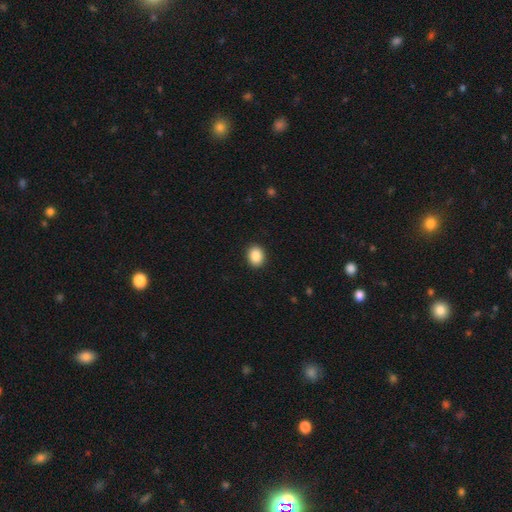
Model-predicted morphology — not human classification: Smooth or featured: smooth — 88% (star or artifact — 8%)
How rounded: in between — 51% (round — 48%)
Merging: none — 92% (minor disturbance — 6%)